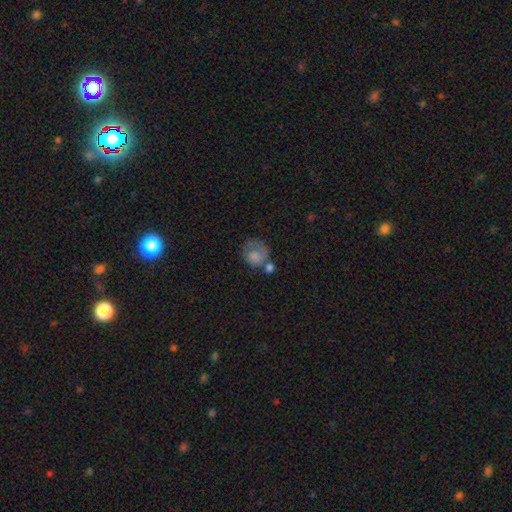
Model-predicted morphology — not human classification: This is likely a smooth galaxy (68%). How rounded: likely round (74%). Merging: marginally none (37%).